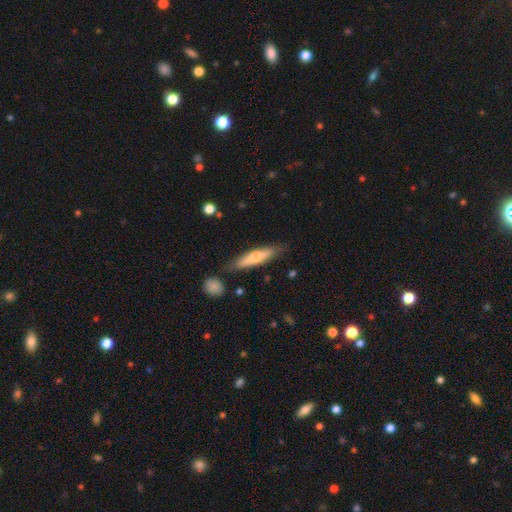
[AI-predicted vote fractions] Smooth or featured?
  - smooth: 52% *
  - featured or disk: 42%
  - star or artifact: 6%
How rounded?
  - cigar-shaped: 76% *
  - in between: 22%
  - round: 2%
Merging?
  - none: 80% *
  - minor disturbance: 14%
  - merger: 3%
  - major disturbance: 3%